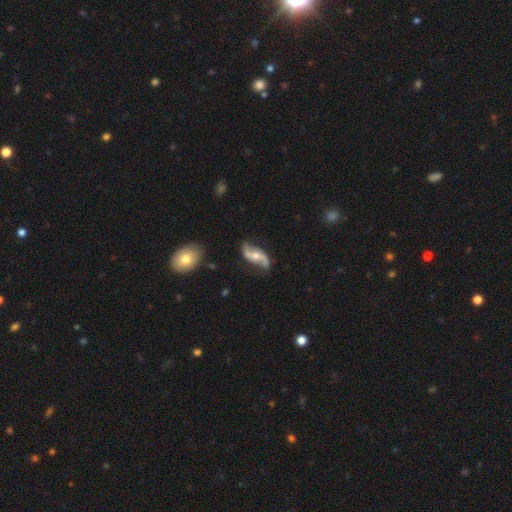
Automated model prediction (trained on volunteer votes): Overall: featured or disk (87%). Edge-on disk: no (95%). Bar: no (51%; weak 33%). Spiral arms: yes (95%). Spiral arm count: 2 (94%). Spiral winding: loose (81%). Bulge size: moderate (61%; small 32%). Merging: none (79%).